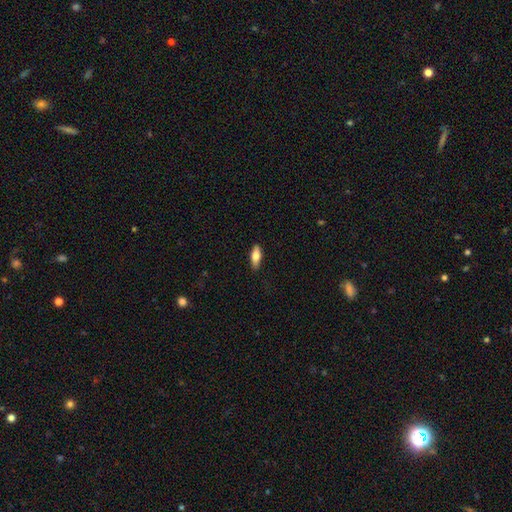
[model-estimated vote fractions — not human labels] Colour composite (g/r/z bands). It shows a smooth galaxy with no disk features (70%) that is in between round and cigar-shaped (64%). Merging: none (87%).